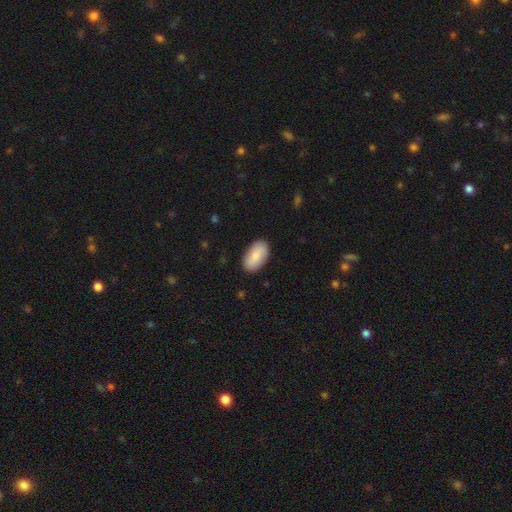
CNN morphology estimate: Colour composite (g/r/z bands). It shows a smooth galaxy with no disk features (80%) that is in between round and cigar-shaped (95%). Merging: none (87%).